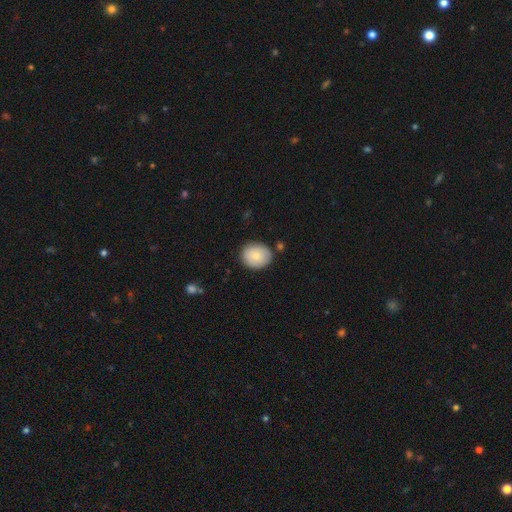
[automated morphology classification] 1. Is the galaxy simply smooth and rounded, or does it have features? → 79% smooth, 15% featured or disk, 7% star or artifact.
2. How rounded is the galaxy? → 69% round, 31% in between, 1% cigar-shaped.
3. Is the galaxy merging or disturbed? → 81% none, 13% minor disturbance, 3% merger, 2% major disturbance.